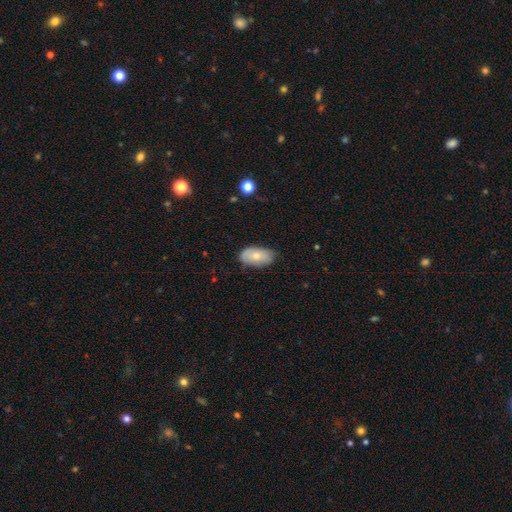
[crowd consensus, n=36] Q: Smooth or featured?
A: smooth (72%); runner-up: featured or disk (25%)
Q: How rounded?
A: in between (92%); runner-up: round (8%)
Q: Merging?
A: none (80%); runner-up: minor disturbance (14%)